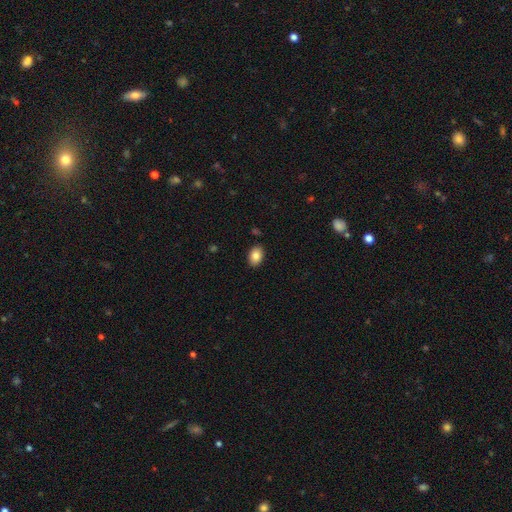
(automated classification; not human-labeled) smooth_or_featured: smooth (p=0.85) [alt: star or artifact p=0.08]
how_rounded: in between (p=0.84) [alt: round p=0.15]
merging: none (p=0.88) [alt: minor disturbance p=0.08]